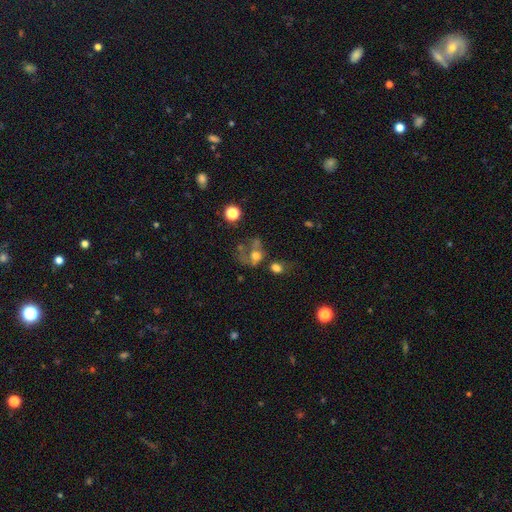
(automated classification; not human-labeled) smooth 53%, featured or disk 31%, star or artifact 17%. Down the decision tree: how rounded — round (51%); merging — major disturbance (36%).